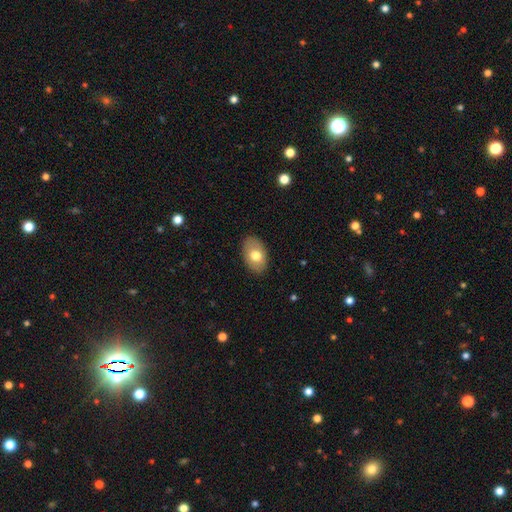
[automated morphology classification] smooth 73%, featured or disk 20%, star or artifact 7%. Down the decision tree: how rounded — in between (89%); merging — none (86%).